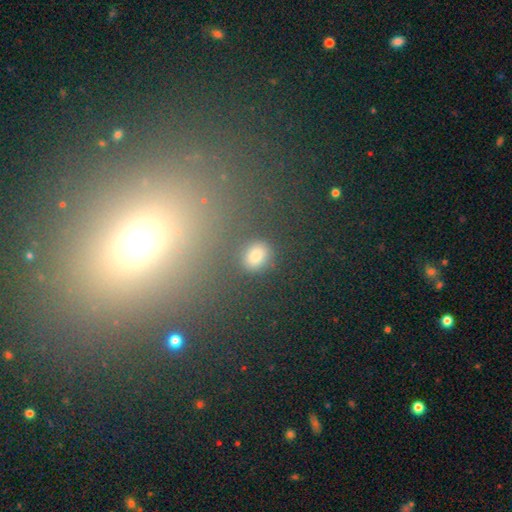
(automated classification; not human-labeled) The model was most divided on "how rounded": in between: 50%, round: 47%, cigar-shaped: 3%. More confident: merging — none (82%); smooth or featured — smooth (74%).